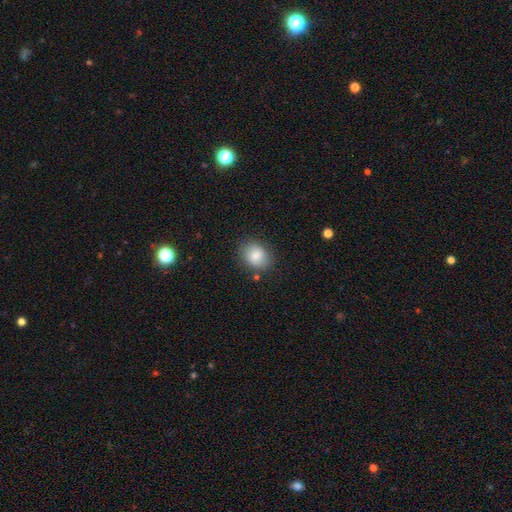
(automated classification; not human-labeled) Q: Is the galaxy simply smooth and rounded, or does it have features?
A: smooth — 85%.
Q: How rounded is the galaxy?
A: round — 53%.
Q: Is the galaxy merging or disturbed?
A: none — 80%.